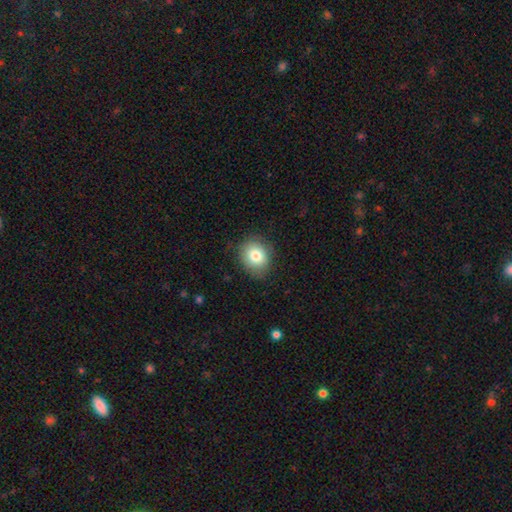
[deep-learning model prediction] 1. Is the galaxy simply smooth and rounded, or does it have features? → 80% smooth, 10% featured or disk, 9% star or artifact.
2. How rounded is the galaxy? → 63% round, 36% in between, 1% cigar-shaped.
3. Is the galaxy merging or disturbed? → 83% none, 13% minor disturbance, 3% major disturbance, 1% merger.